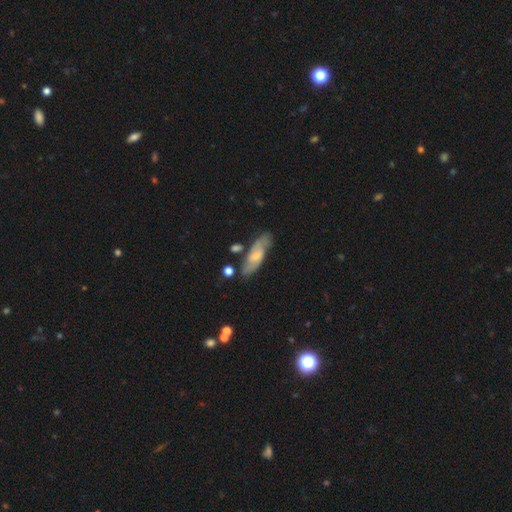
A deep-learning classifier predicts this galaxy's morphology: Smooth or featured?
  - featured or disk: 49% *
  - smooth: 45%
  - star or artifact: 6%
Merging?
  - none: 70% *
  - minor disturbance: 18%
  - merger: 6%
  - major disturbance: 5%